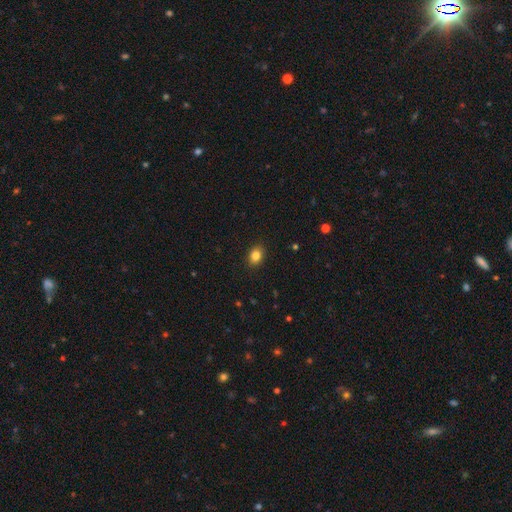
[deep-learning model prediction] Smooth or featured: smooth — 84% (star or artifact — 10%)
How rounded: in between — 61% (round — 38%)
Merging: none — 89% (minor disturbance — 8%)